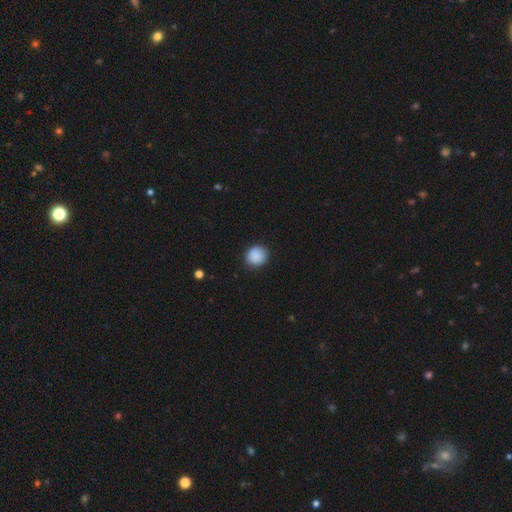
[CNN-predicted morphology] Smooth or featured? smooth (89%)
How rounded? round (89%)
Merging? none (90%)